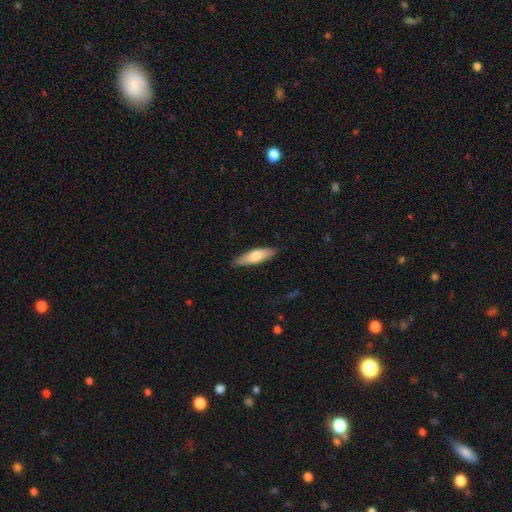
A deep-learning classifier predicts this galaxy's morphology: smooth-or-featured: smooth: 71% | featured or disk: 24% | star or artifact: 5%
  how-rounded: cigar-shaped: 57% | in between: 41% | round: 2%
  merging: none: 85% | minor disturbance: 12% | major disturbance: 2% | merger: 1%